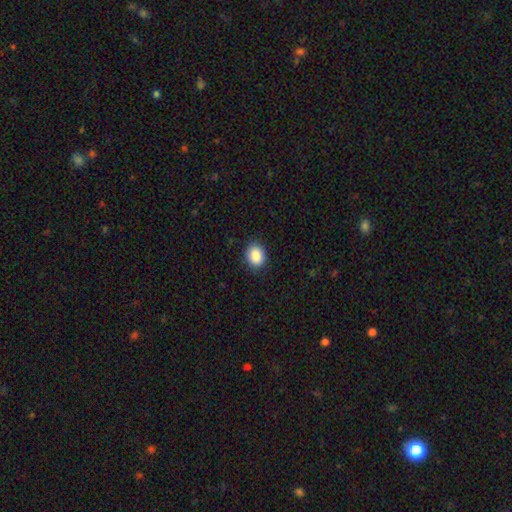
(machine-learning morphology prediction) A smooth galaxy with no disk features (89%) that is round (51%). Merging: none (88%).